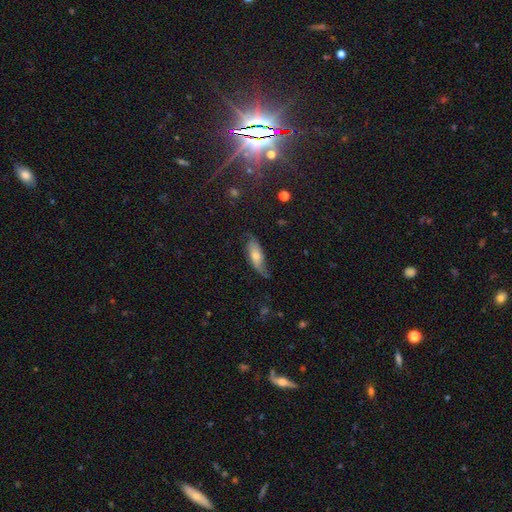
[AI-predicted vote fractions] Smooth or featured?
  - smooth: 49% *
  - featured or disk: 43%
  - star or artifact: 7%
Merging?
  - none: 59% *
  - minor disturbance: 29%
  - major disturbance: 10%
  - merger: 2%